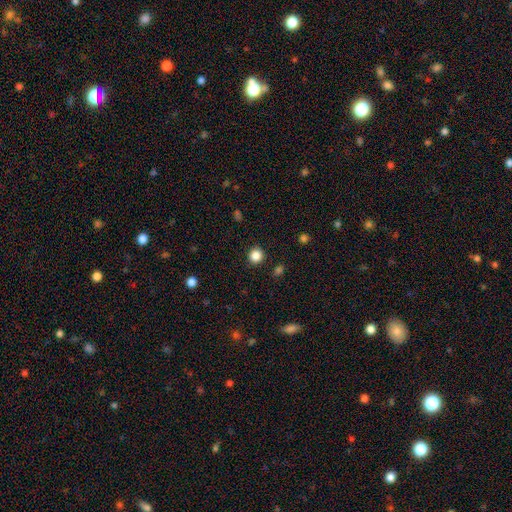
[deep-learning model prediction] The model was most divided on "smooth or featured": smooth: 85%, star or artifact: 12%, featured or disk: 3%. More confident: how rounded — round (93%); merging — none (92%).